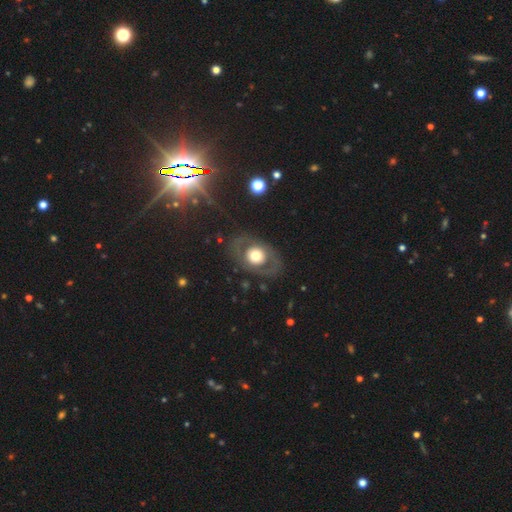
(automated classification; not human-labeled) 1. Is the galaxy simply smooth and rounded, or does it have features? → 50% featured or disk, 43% smooth, 7% star or artifact.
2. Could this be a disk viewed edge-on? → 93% no, 7% yes.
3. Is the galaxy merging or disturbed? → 79% none, 12% minor disturbance, 8% major disturbance, 1% merger.